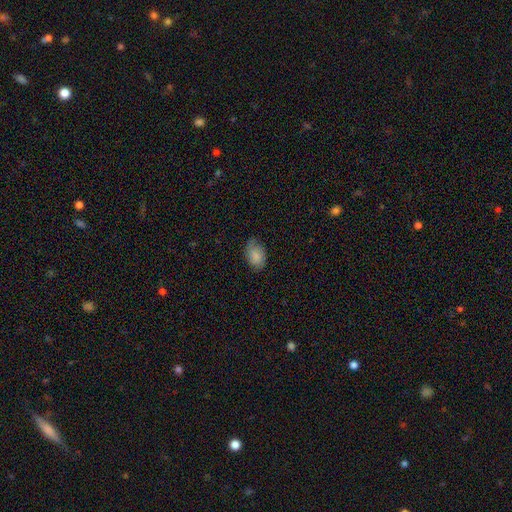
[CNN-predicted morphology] Overall: smooth (83%). How rounded: in between (87%). Merging: none (67%).